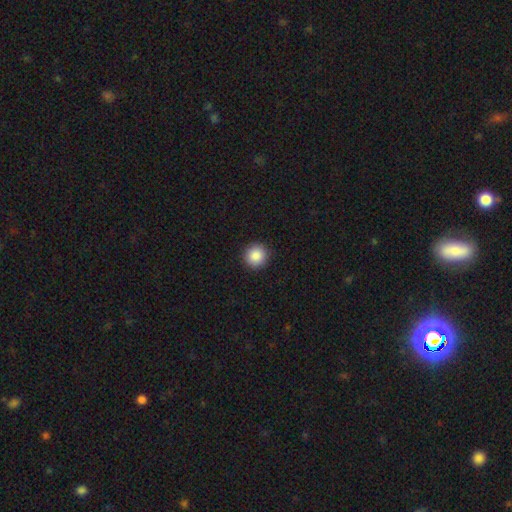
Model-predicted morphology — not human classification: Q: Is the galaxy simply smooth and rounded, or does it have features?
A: smooth — 88%.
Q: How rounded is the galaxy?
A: round — 94%.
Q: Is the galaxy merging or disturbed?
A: none — 93%.